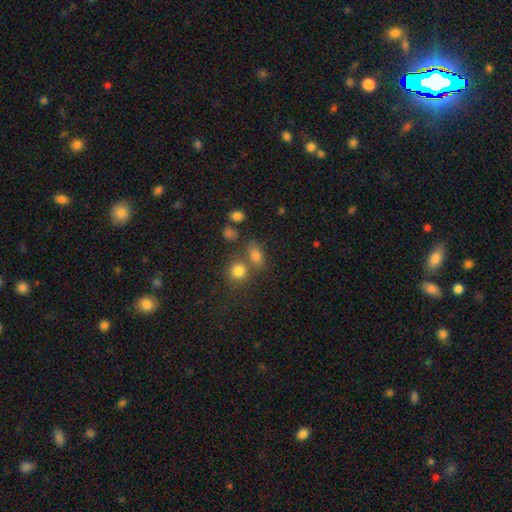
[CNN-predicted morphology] Smooth or featured?
  - smooth: 77% *
  - star or artifact: 14%
  - featured or disk: 9%
How rounded?
  - in between: 68% *
  - round: 28%
  - cigar-shaped: 4%
Merging?
  - none: 50% *
  - merger: 31%
  - minor disturbance: 13%
  - major disturbance: 6%